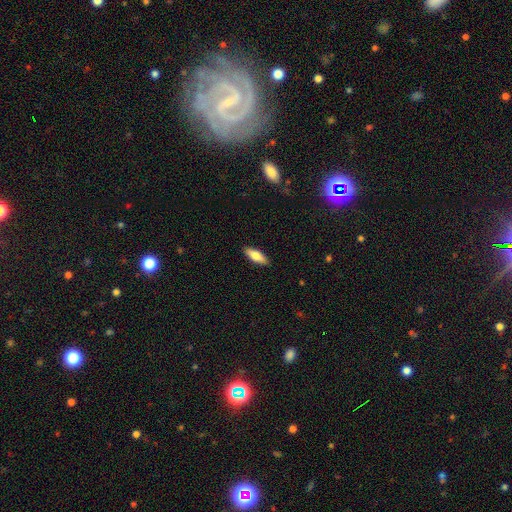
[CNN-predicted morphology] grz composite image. It shows a smooth galaxy with no disk features (71%) that is in between round and cigar-shaped (58%). Merging: none (90%).